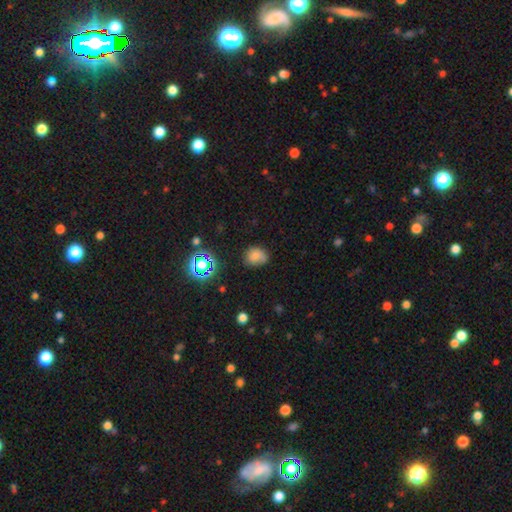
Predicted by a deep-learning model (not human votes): Smooth or featured?
  - smooth: 72% *
  - star or artifact: 17%
  - featured or disk: 12%
How rounded?
  - round: 51% *
  - in between: 48%
  - cigar-shaped: 1%
Merging?
  - none: 58% *
  - minor disturbance: 30%
  - major disturbance: 9%
  - merger: 4%